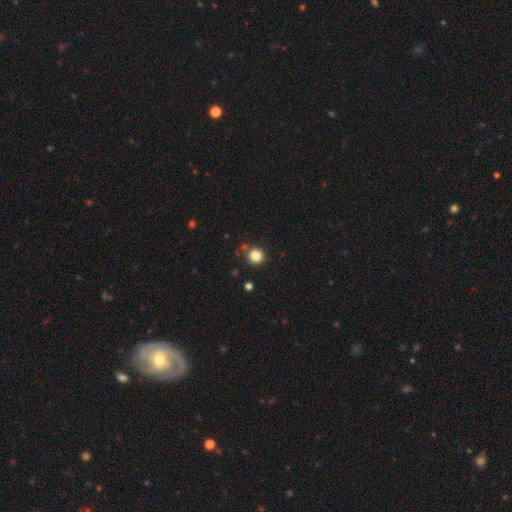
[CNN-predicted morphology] A smooth galaxy with no disk features (84%) that is round (93%).

Vote fractions:
- Smooth or featured? smooth: 84% / star or artifact: 12% / featured or disk: 4%
- How rounded? round: 93% / in between: 6% / cigar-shaped: 1%
- Merging? none: 85% / minor disturbance: 8% / merger: 5% / major disturbance: 2%